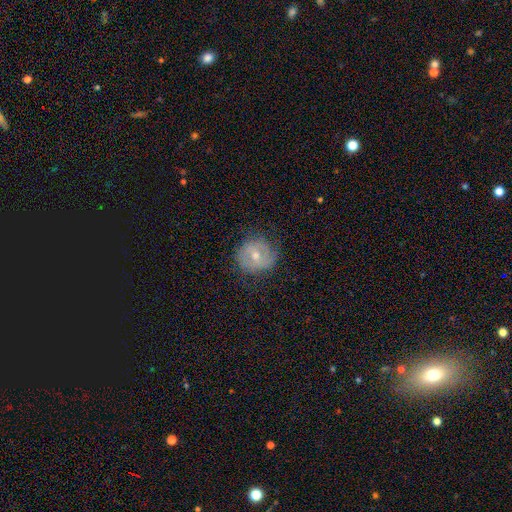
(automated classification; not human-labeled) Morphology: type=featured or disk (50%); merging=none (71%).